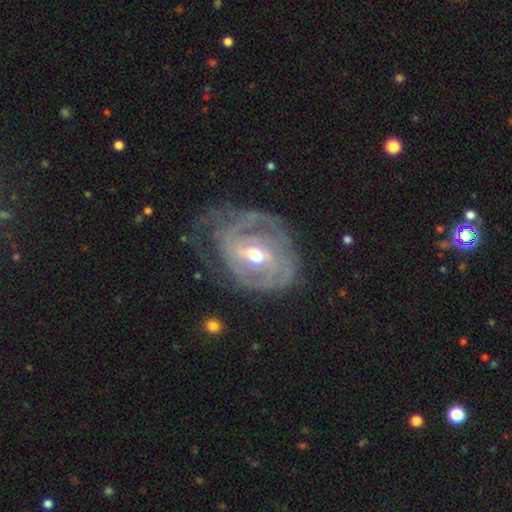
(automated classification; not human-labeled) Overall: featured or disk (86%). Edge-on disk: no (96%). Bar: weak (47%; strong 28%). Spiral arms: yes (90%). Spiral arm count: 2 (35%; can't tell 31%). Spiral winding: tight (55%; medium 31%). Bulge size: moderate (71%). Merging: none (49%; major disturbance 26%).